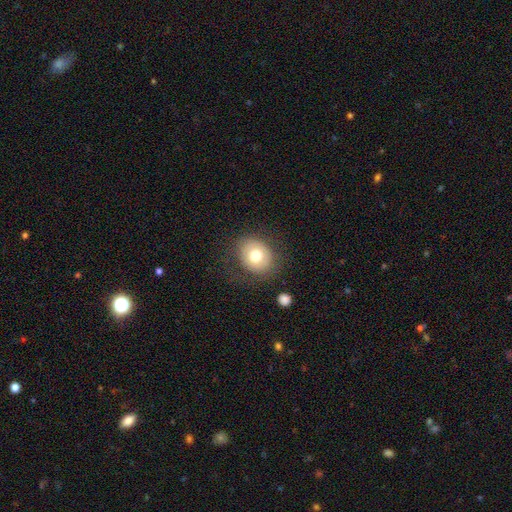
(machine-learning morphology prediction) smooth-or-featured: smooth: 70% | featured or disk: 21% | star or artifact: 9%
  how-rounded: round: 62% | in between: 37% | cigar-shaped: 1%
  merging: none: 78% | minor disturbance: 13% | major disturbance: 7% | merger: 2%